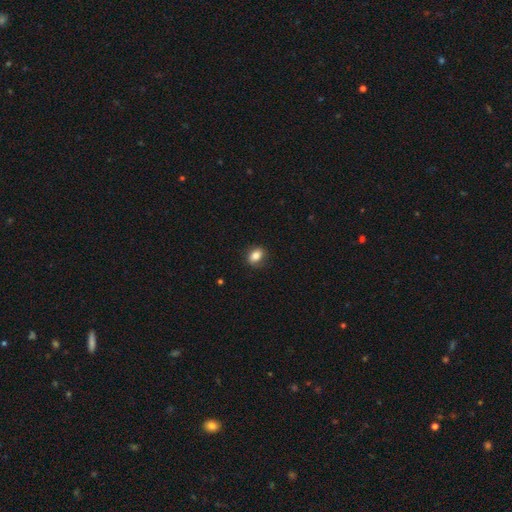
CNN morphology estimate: Smooth or featured? smooth (81%)
How rounded? in between (69%)
Merging? none (81%)